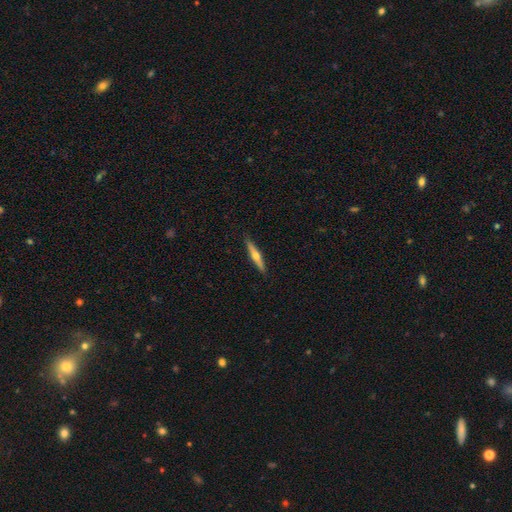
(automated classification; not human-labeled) This appears to be a featured or disk galaxy (58%) viewed edge-on (96%) with a rounded central bulge (92%). Merging: none (90%).